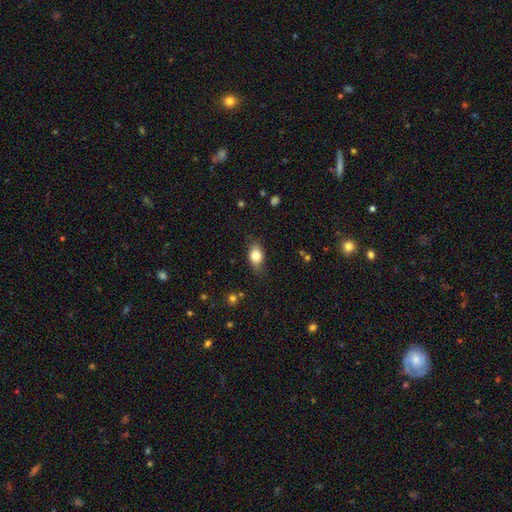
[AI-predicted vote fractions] Smooth or featured: smooth — 79% (featured or disk — 13%)
How rounded: in between — 82% (round — 14%)
Merging: none — 77% (minor disturbance — 18%)